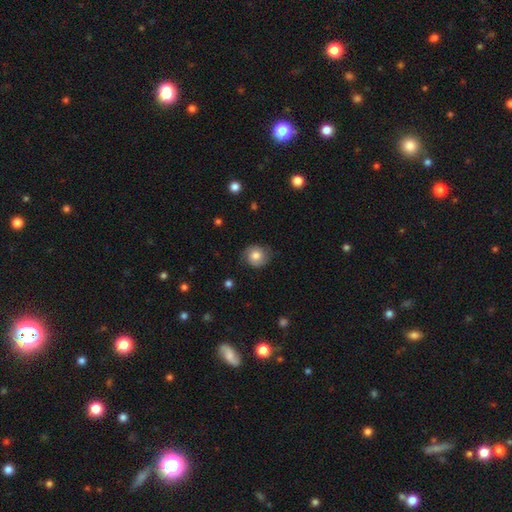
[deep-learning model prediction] Overall: smooth (61%; featured or disk 30%). How rounded: round (82%). Merging: none (76%).